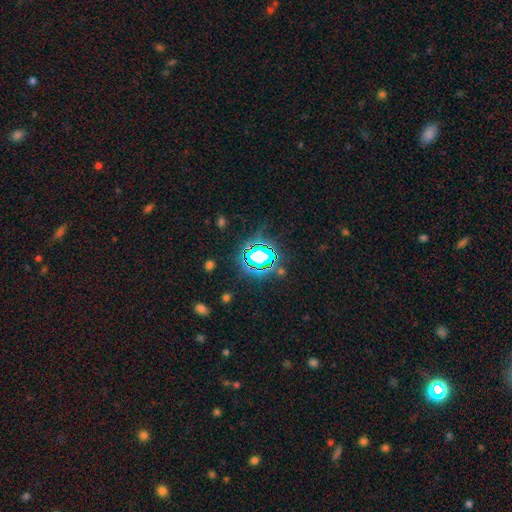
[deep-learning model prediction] smooth-or-featured: star or artifact: 71% | smooth: 18% | featured or disk: 11%